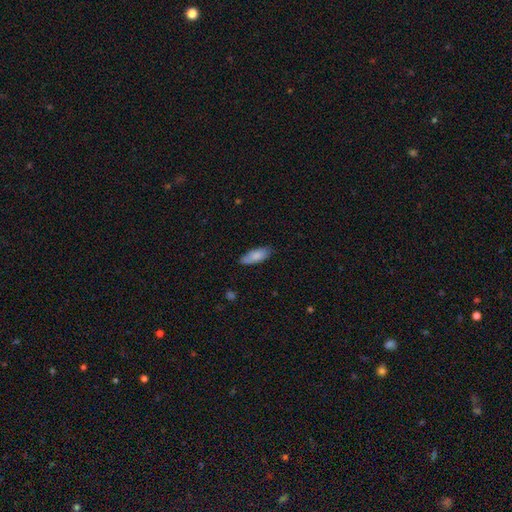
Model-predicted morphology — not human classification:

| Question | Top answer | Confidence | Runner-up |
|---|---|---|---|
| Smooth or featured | smooth | 84% | featured or disk (10%) |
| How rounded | in between | 76% | cigar-shaped (23%) |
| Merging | none | 80% | minor disturbance (16%) |